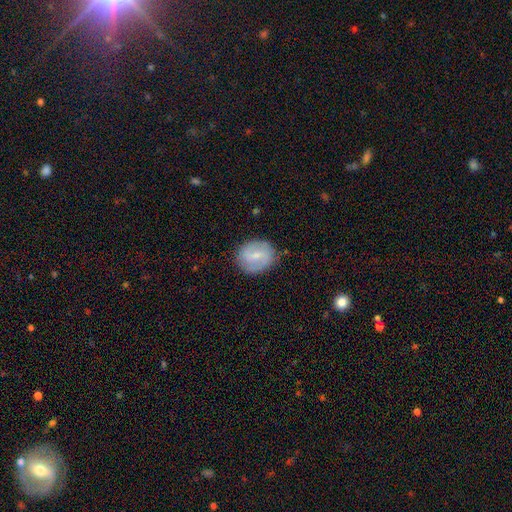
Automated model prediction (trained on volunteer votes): featured or disk 54%, smooth 40%, star or artifact 6%. Down the decision tree: edge-on disk — no (97%); bar — weak (58%); spiral arms — yes (81%); bulge size — small (58%); merging — none (84%).